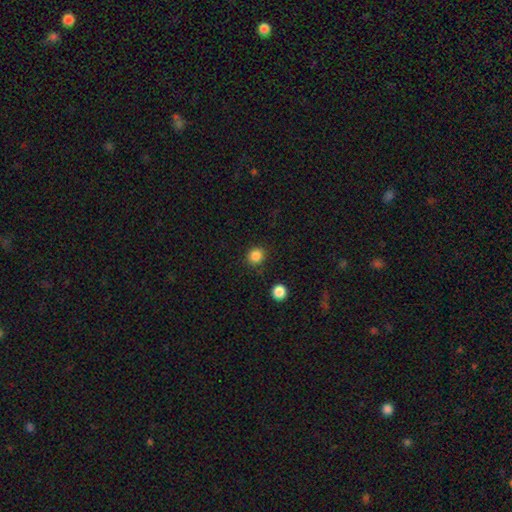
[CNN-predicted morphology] The model was most divided on "smooth or featured": smooth: 86%, star or artifact: 11%, featured or disk: 3%. More confident: how rounded — round (90%); merging — none (88%).